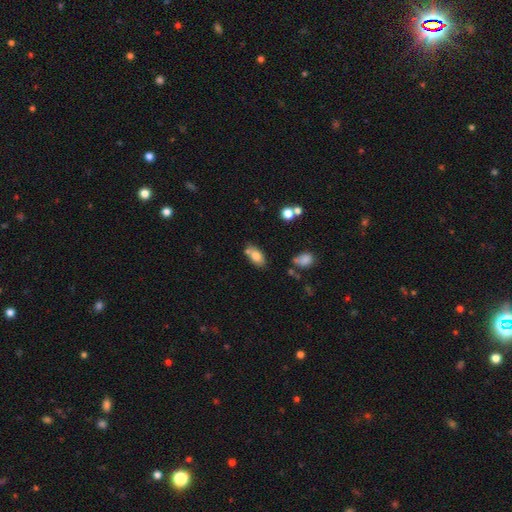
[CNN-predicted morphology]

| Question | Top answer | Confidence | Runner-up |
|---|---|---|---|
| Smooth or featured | smooth | 78% | featured or disk (14%) |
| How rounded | in between | 89% | round (6%) |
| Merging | none | 61% | merger (18%) |